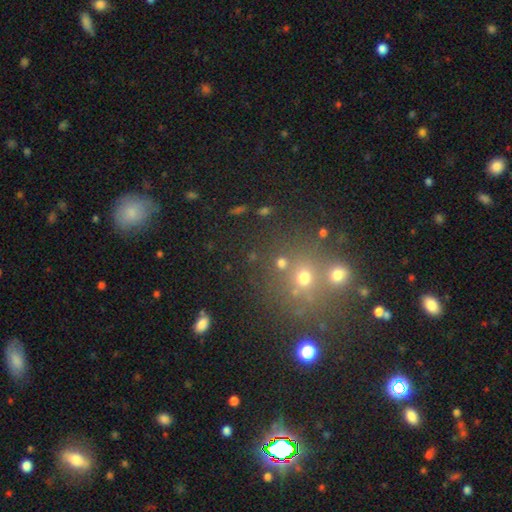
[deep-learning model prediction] This is possibly a smooth galaxy (46%). Merging: likely none (68%).